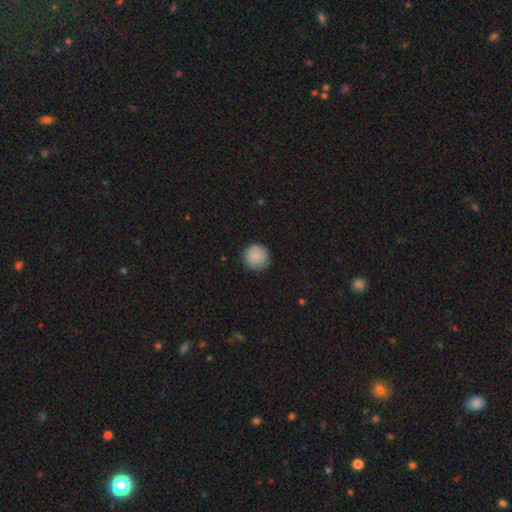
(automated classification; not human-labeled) This appears to be a smooth galaxy with no disk features (89%) that is round (95%). Merging: none (89%).